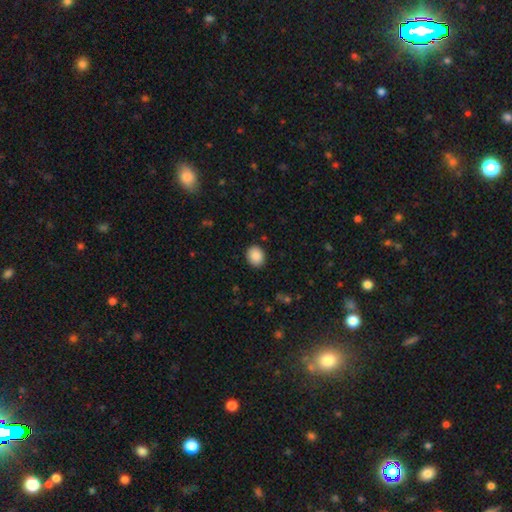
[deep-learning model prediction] Smooth or featured? Predicted: smooth (p=0.89). How rounded? Predicted: round (p=0.51). Merging? Predicted: none (p=0.89).